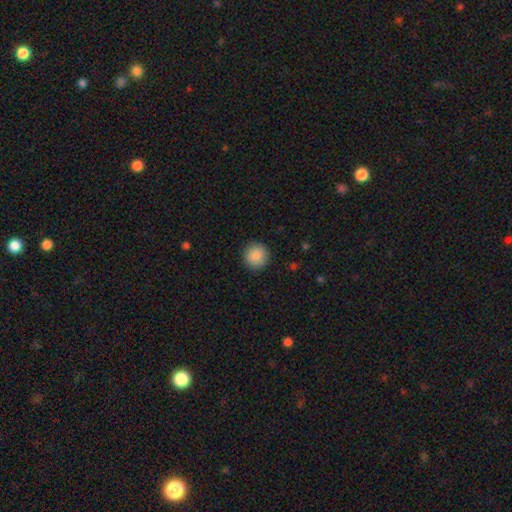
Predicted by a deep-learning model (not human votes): smooth_or_featured: smooth (p=0.89) [alt: star or artifact p=0.08]
how_rounded: round (p=0.95) [alt: in between p=0.04]
merging: none (p=0.91) [alt: minor disturbance p=0.06]